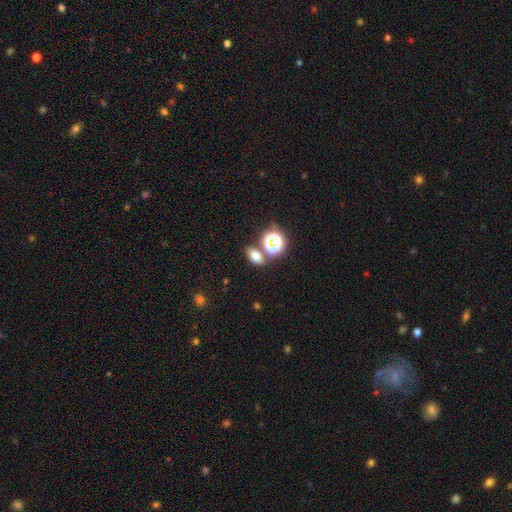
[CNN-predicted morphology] Smooth or featured? smooth (64%)
How rounded? in between (76%)
Merging? none (72%)